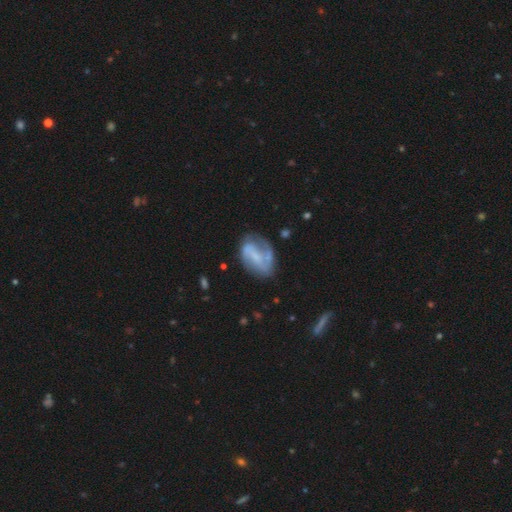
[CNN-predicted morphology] smooth_or_featured: featured or disk (p=0.69) [alt: smooth p=0.25]
disk_edge_on: no (p=0.97) [alt: yes p=0.03]
bar: weak (p=0.44) [alt: no p=0.32]
has_spiral_arms: yes (p=0.80) [alt: no p=0.20]
spiral_winding: medium (p=0.41) [alt: loose p=0.31]
spiral_arm_count: 2 (p=0.64) [alt: can't tell p=0.17]
bulge_size: small (p=0.42) [alt: none p=0.34]
merging: none (p=0.57) [alt: minor disturbance p=0.24]